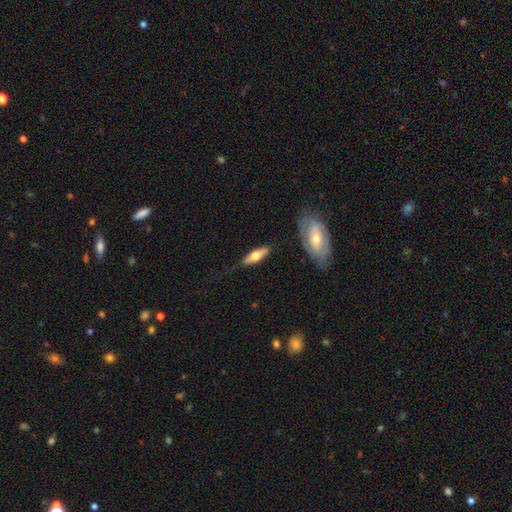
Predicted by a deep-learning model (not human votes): smooth_or_featured: smooth (p=0.51) [alt: featured or disk p=0.44]
how_rounded: cigar-shaped (p=0.49) [alt: in between p=0.48]
merging: none (p=0.79) [alt: minor disturbance p=0.14]